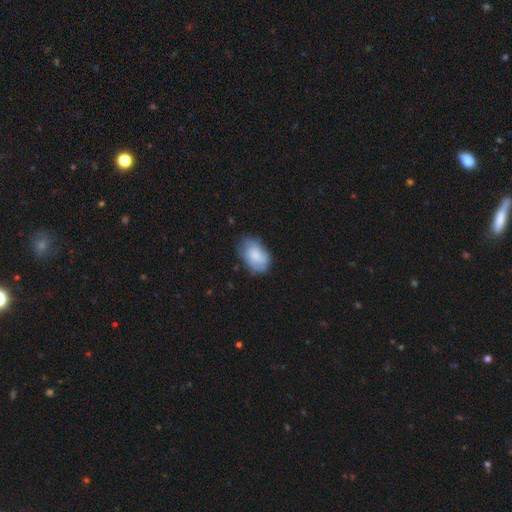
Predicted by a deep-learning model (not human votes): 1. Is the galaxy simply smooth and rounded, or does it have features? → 65% smooth, 28% featured or disk, 7% star or artifact.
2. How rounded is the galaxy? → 87% in between, 12% round, 1% cigar-shaped.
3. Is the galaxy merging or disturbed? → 62% none, 27% minor disturbance, 9% major disturbance, 2% merger.